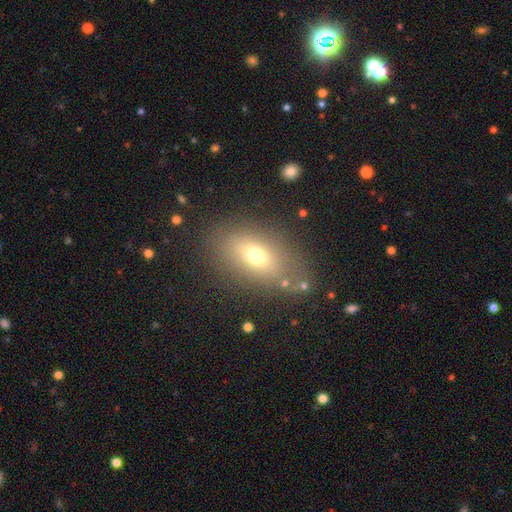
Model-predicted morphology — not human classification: type=smooth (67%); roundness=in between (81%); merging=none (78%).